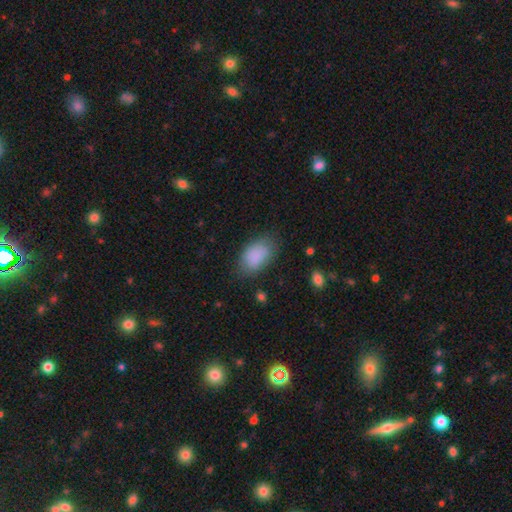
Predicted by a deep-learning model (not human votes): smooth 87%, star or artifact 7%, featured or disk 6%. Down the decision tree: how rounded — in between (91%); merging — none (73%).